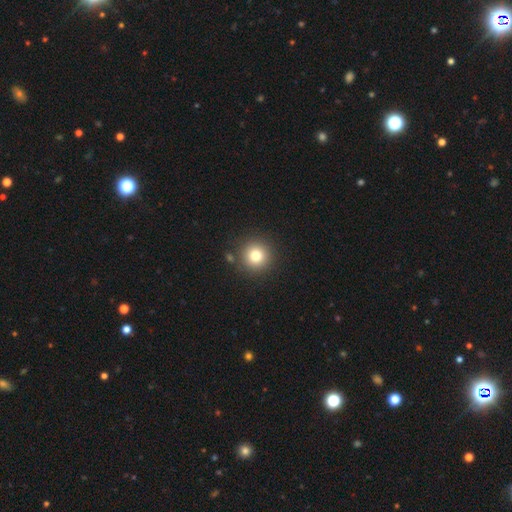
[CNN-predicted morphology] type=smooth (79%); roundness=round (95%); merging=none (86%).